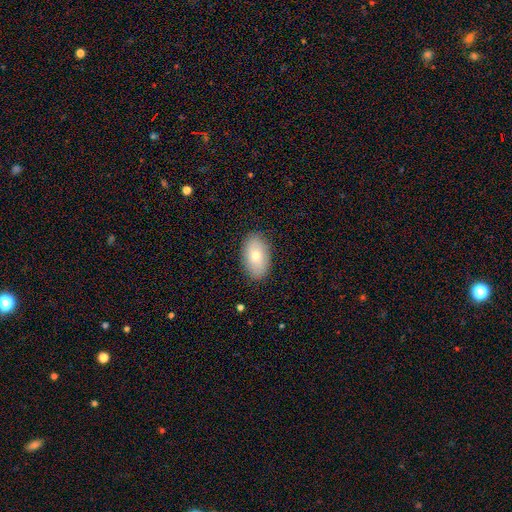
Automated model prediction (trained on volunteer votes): smooth_or_featured: smooth (p=0.75) [alt: featured or disk p=0.18]
how_rounded: in between (p=0.92) [alt: round p=0.06]
merging: none (p=0.87) [alt: minor disturbance p=0.10]